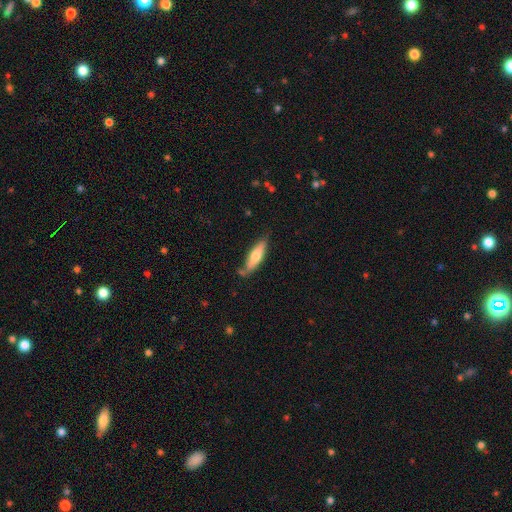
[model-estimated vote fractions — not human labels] A smooth galaxy with no disk features (64%) that is cigar-shaped (63%). Merging: none (66%).